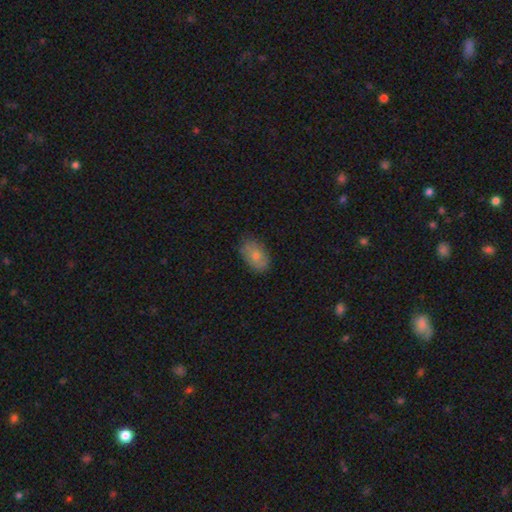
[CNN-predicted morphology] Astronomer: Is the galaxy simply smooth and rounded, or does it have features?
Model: smooth — 76%.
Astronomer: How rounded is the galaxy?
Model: in between — 89%.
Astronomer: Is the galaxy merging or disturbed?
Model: none — 79%.